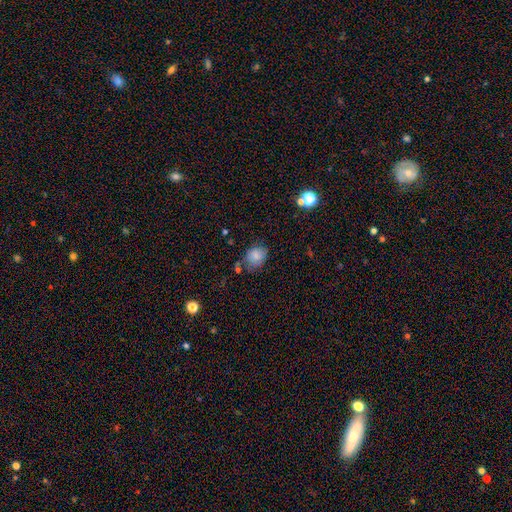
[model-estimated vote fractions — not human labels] Morphology: type=smooth (79%); roundness=round (52%); merging=none (59%).